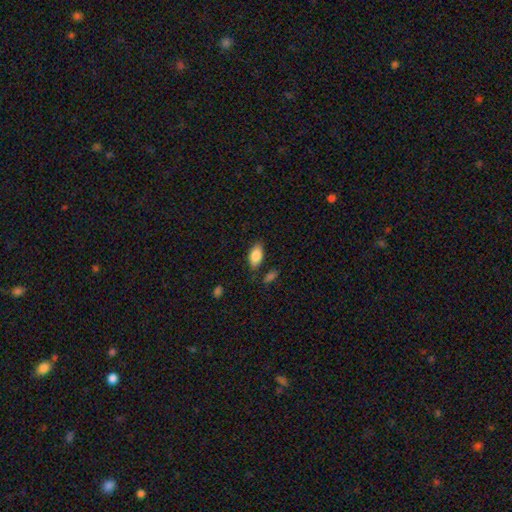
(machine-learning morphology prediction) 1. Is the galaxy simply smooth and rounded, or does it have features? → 85% smooth, 8% featured or disk, 7% star or artifact.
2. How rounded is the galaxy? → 91% in between, 5% cigar-shaped, 3% round.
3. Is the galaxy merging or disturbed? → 77% none, 16% minor disturbance, 4% major disturbance, 3% merger.